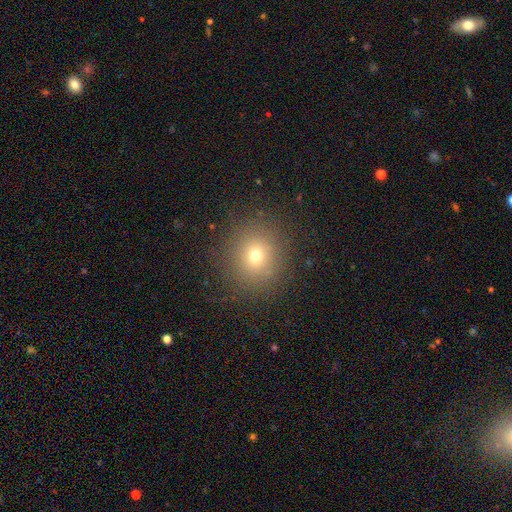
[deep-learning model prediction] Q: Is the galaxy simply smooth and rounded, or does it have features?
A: smooth — 69%.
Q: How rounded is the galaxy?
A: round — 88%.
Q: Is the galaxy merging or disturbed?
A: none — 87%.